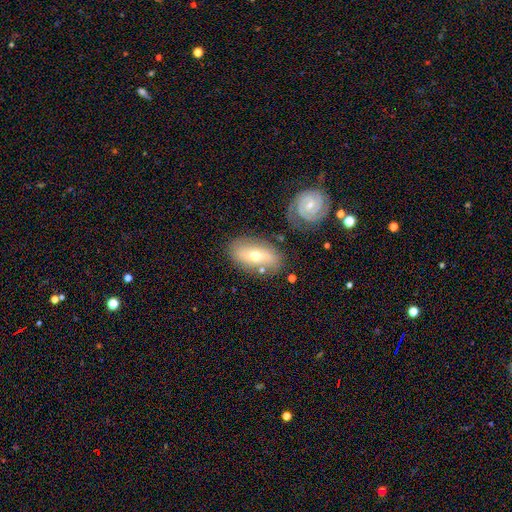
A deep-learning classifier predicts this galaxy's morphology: Smooth or featured?
  - smooth: 49% *
  - featured or disk: 44%
  - star or artifact: 7%
Merging?
  - none: 69% *
  - minor disturbance: 16%
  - merger: 9%
  - major disturbance: 5%